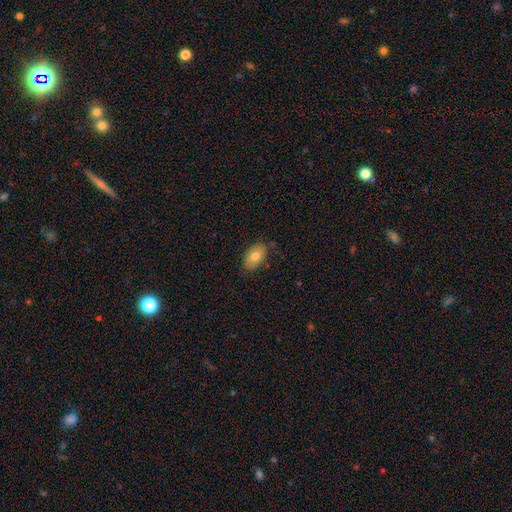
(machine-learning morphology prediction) Smooth or featured? Predicted: smooth (p=0.77). How rounded? Predicted: in between (p=0.91). Merging? Predicted: none (p=0.74).